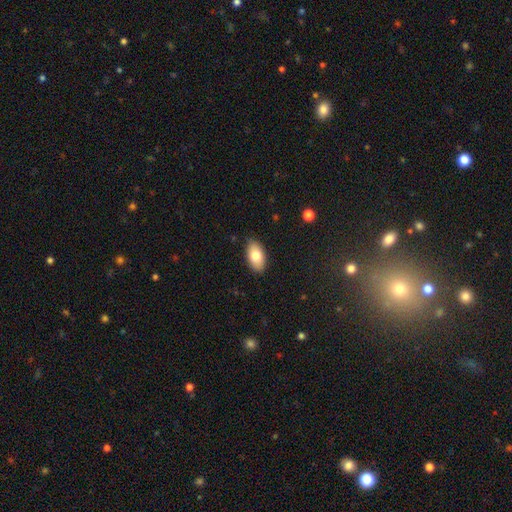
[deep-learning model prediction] Smooth or featured? Predicted: smooth (p=0.78). How rounded? Predicted: in between (p=0.93). Merging? Predicted: none (p=0.87).